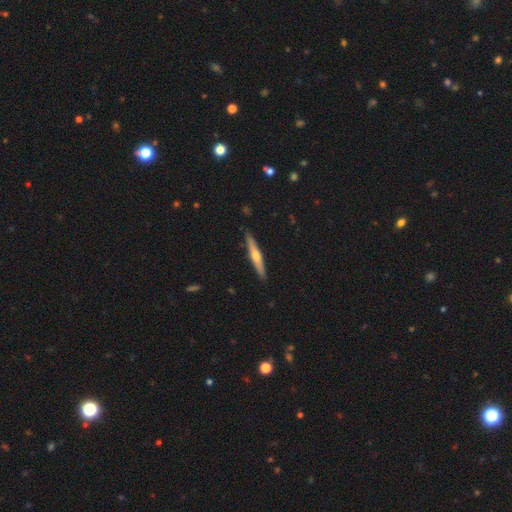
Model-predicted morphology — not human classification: smooth_or_featured: featured or disk (p=0.58) [alt: smooth p=0.37]
disk_edge_on: yes (p=0.96) [alt: no p=0.04]
edge_on_bulge: rounded (p=0.87) [alt: none p=0.10]
merging: none (p=0.90) [alt: minor disturbance p=0.07]